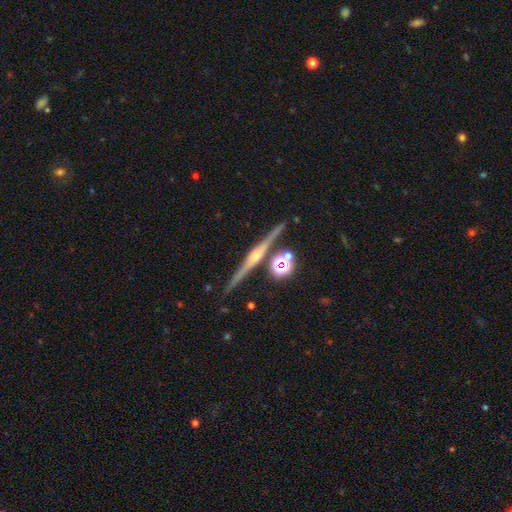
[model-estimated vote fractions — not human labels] Overall: featured or disk (82%). Edge-on disk: yes (98%). Edge-on bulge: rounded (88%). Merging: none (87%).